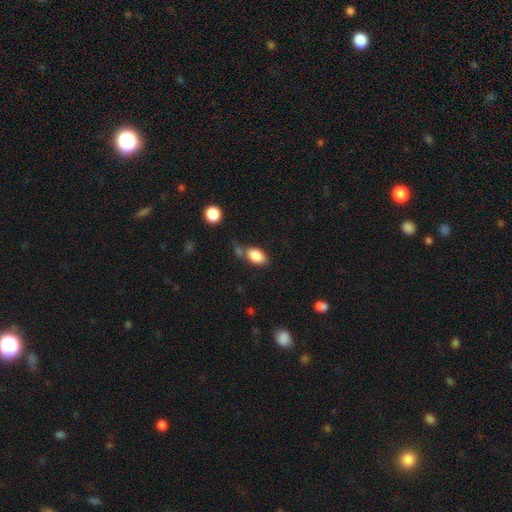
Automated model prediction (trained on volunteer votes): Morphology: type=smooth (86%); roundness=in between (90%); merging=none (58%).